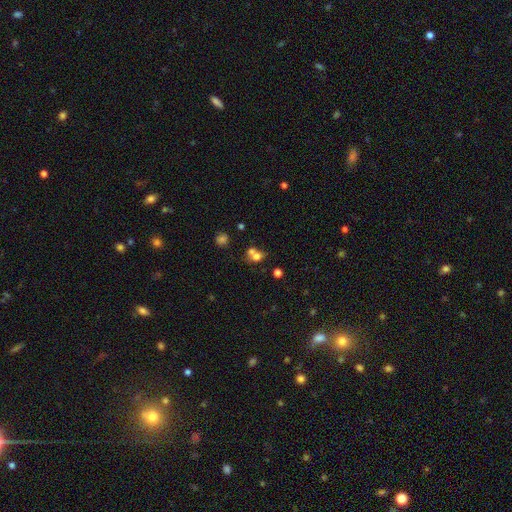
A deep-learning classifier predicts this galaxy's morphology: smooth-or-featured: smooth: 69% | featured or disk: 15% | star or artifact: 15%
  how-rounded: round: 66% | in between: 33% | cigar-shaped: 1%
  merging: merger: 53% | none: 34% | minor disturbance: 9% | major disturbance: 5%